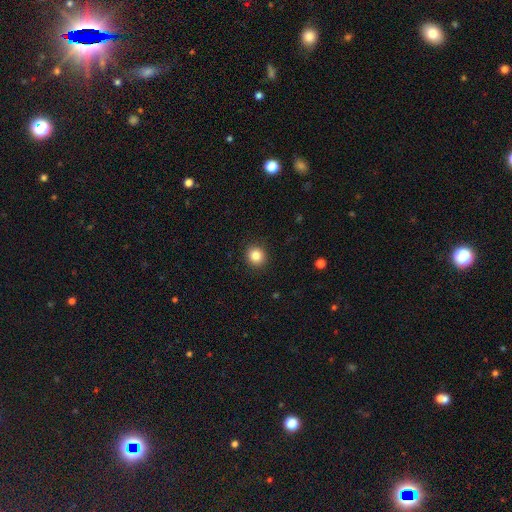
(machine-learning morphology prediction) smooth 85%, star or artifact 10%, featured or disk 5%. Down the decision tree: how rounded — round (89%); merging — none (91%).